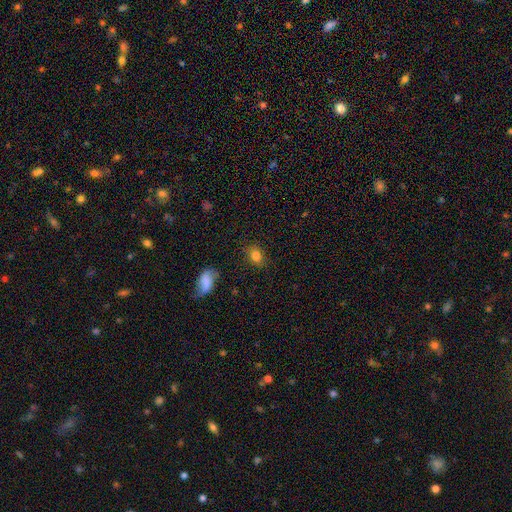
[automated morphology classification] Smooth or featured?
  - smooth: 82% *
  - star or artifact: 11%
  - featured or disk: 8%
How rounded?
  - in between: 63% *
  - round: 36%
  - cigar-shaped: 2%
Merging?
  - none: 83% *
  - minor disturbance: 12%
  - major disturbance: 3%
  - merger: 2%